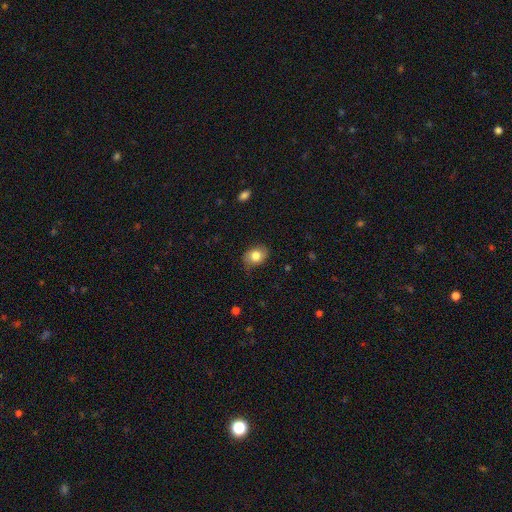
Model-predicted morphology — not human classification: smooth-or-featured: smooth: 80% | featured or disk: 12% | star or artifact: 8%
  how-rounded: in between: 67% | round: 32% | cigar-shaped: 1%
  merging: none: 80% | minor disturbance: 16% | major disturbance: 3% | merger: 1%